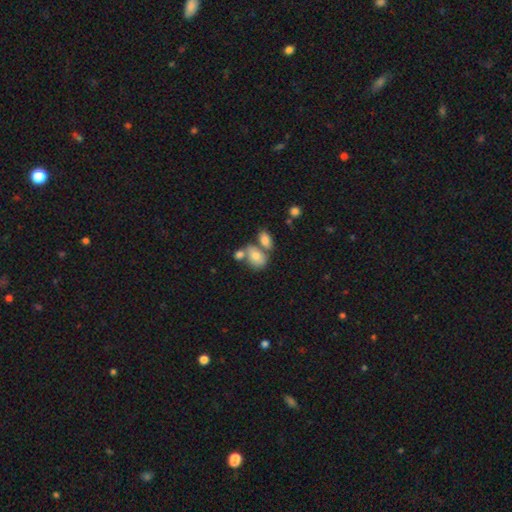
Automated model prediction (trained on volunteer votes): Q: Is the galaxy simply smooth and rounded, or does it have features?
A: smooth — 68%.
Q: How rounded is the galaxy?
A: in between — 72%.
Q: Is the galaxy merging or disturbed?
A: merger — 43%.